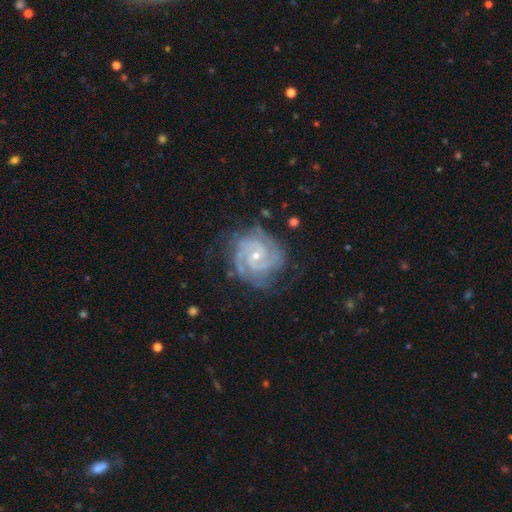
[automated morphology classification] type=featured or disk (92%); edge-on=no (98%); bar=no (65%); spiral arms=yes (98%); winding=tight (69%); arm count=2 (53%); bulge=small (68%); merging=none (74%).